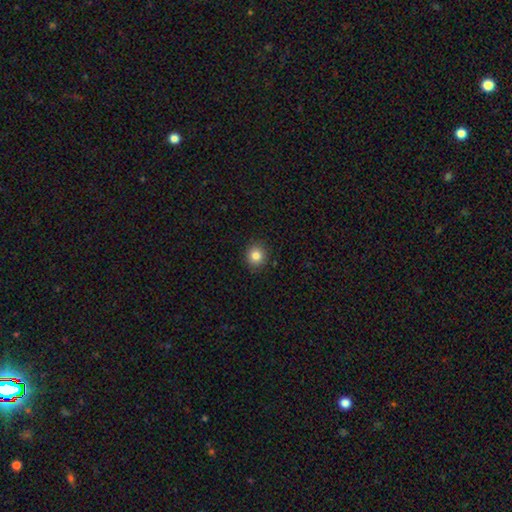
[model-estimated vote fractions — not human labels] smooth-or-featured: smooth: 83% | star or artifact: 11% | featured or disk: 6%
  how-rounded: round: 88% | in between: 11% | cigar-shaped: 1%
  merging: none: 91% | minor disturbance: 6% | major disturbance: 2% | merger: 1%